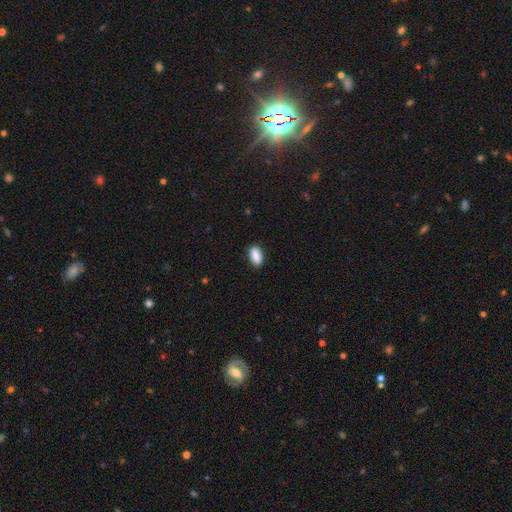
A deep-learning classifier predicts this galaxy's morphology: Smooth or featured: smooth — 88% (star or artifact — 7%)
How rounded: in between — 91% (cigar-shaped — 5%)
Merging: none — 87% (minor disturbance — 10%)